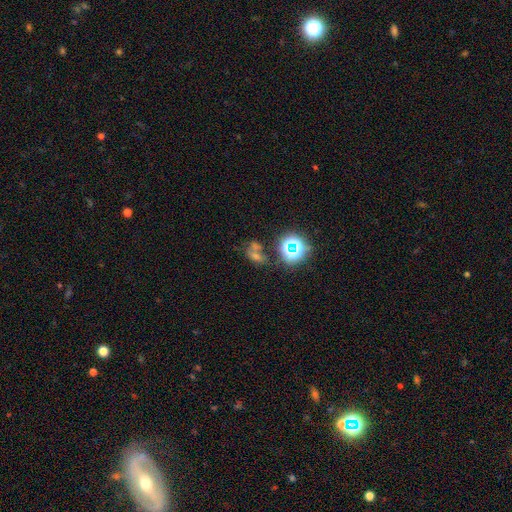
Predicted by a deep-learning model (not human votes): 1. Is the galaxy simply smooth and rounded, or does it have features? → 47% star or artifact, 34% smooth, 19% featured or disk.